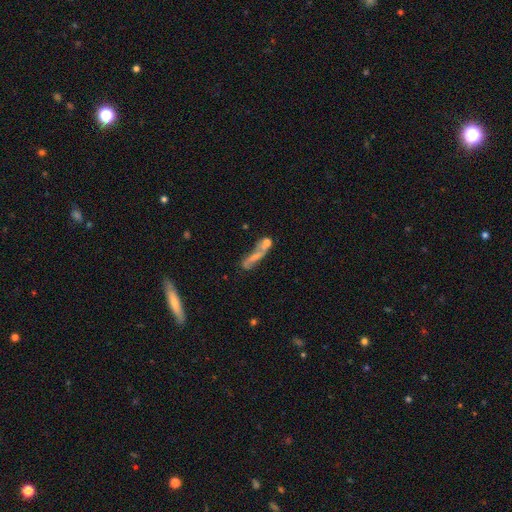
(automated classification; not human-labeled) Morphology: type=featured or disk (49%); merging=none (39%).